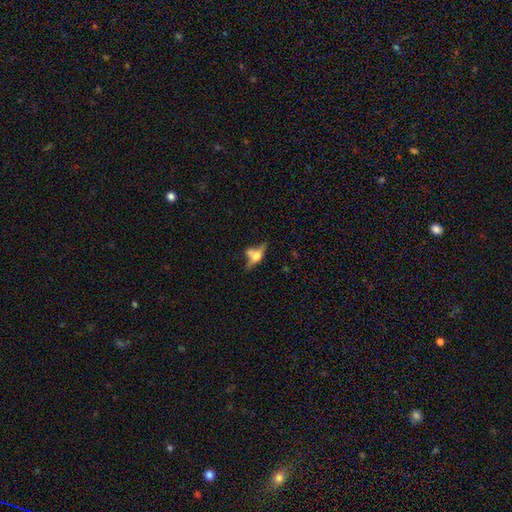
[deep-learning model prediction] The model was most divided on "smooth or featured": featured or disk: 52%, smooth: 37%, star or artifact: 11%. Remaining: edge-on disk — yes (76%); merging — none (45%).